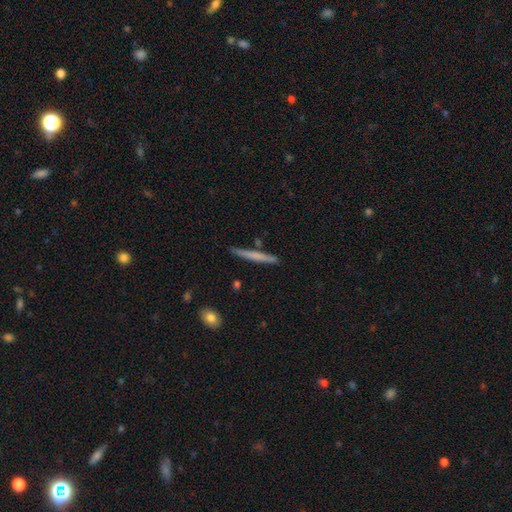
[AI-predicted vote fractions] smooth 59%, featured or disk 36%, star or artifact 6%. Down the decision tree: how rounded — cigar-shaped (97%); merging — none (87%).